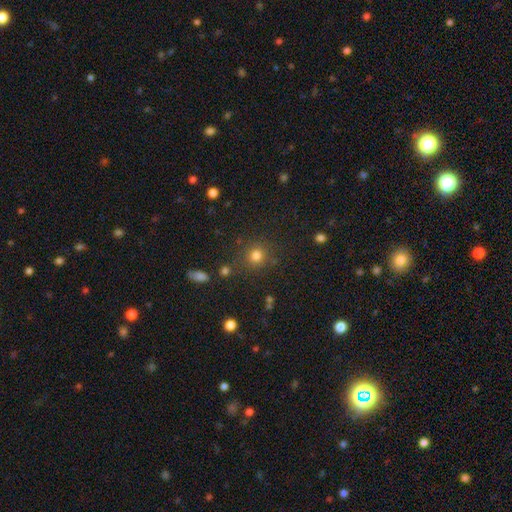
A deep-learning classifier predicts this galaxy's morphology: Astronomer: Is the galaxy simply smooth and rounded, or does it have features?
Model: smooth — 77%.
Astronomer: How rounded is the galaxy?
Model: round — 90%.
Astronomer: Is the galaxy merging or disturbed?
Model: none — 82%.